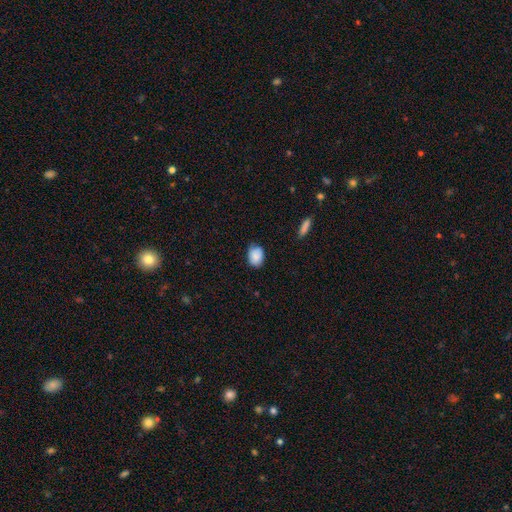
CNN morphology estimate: This is clearly a smooth galaxy (87%). How rounded: likely in between (70%). Merging: likely none (71%).